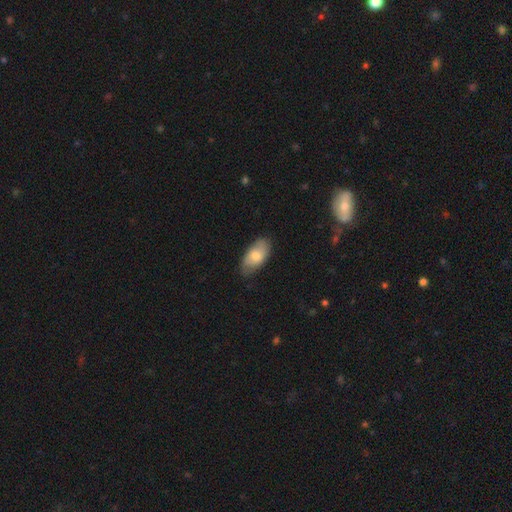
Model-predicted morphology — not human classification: Smooth or featured? smooth (73%)
How rounded? in between (93%)
Merging? none (75%)